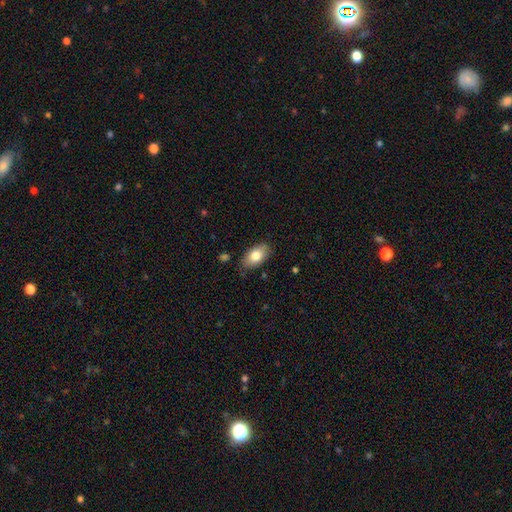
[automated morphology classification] A smooth galaxy with no disk features (79%) that is in between round and cigar-shaped (92%). Merging: none (82%).